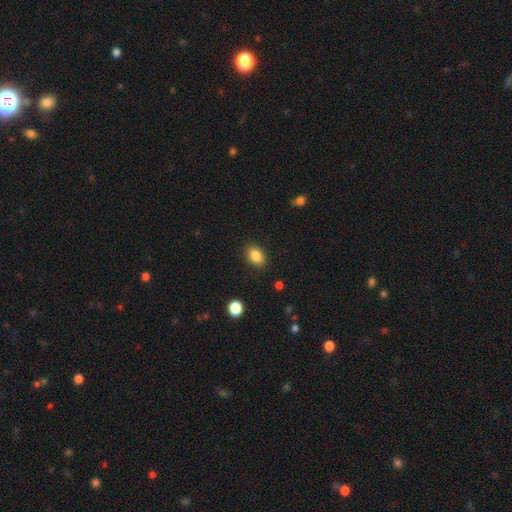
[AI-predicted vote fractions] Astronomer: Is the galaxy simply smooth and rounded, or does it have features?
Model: smooth — 86%.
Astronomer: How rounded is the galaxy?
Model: in between — 77%.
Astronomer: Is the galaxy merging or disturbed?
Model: none — 88%.